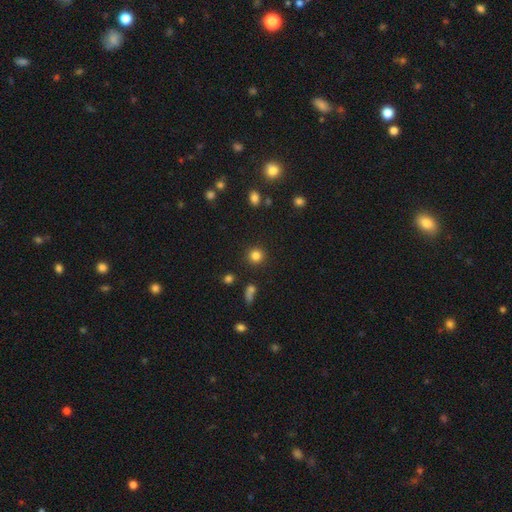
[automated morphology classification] Overall: smooth (83%). How rounded: round (92%). Merging: none (89%).